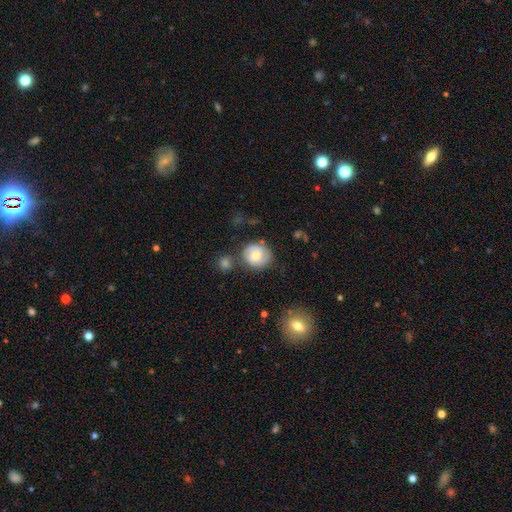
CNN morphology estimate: The model was most divided on "smooth or featured": featured or disk: 49%, smooth: 43%, star or artifact: 8%. More confident: merging — none (65%).